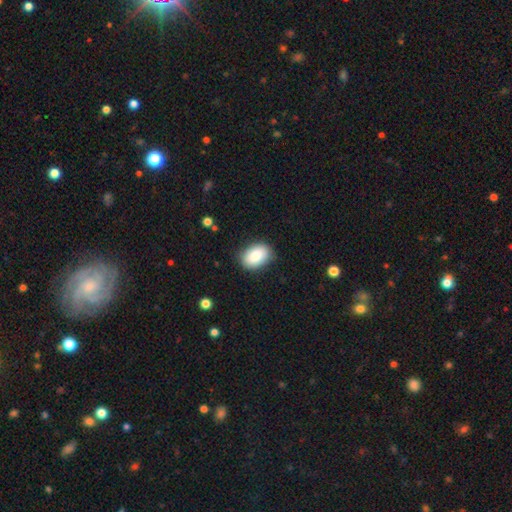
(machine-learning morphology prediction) type=smooth (86%); roundness=in between (86%); merging=none (85%).